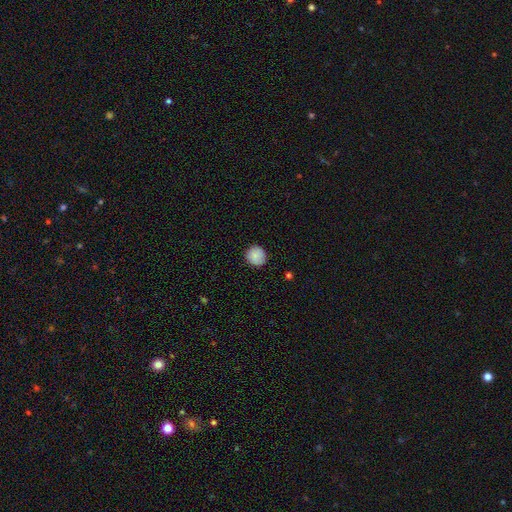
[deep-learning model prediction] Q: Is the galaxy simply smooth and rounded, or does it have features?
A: smooth — 86%.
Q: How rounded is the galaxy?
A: round — 91%.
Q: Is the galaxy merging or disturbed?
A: none — 86%.